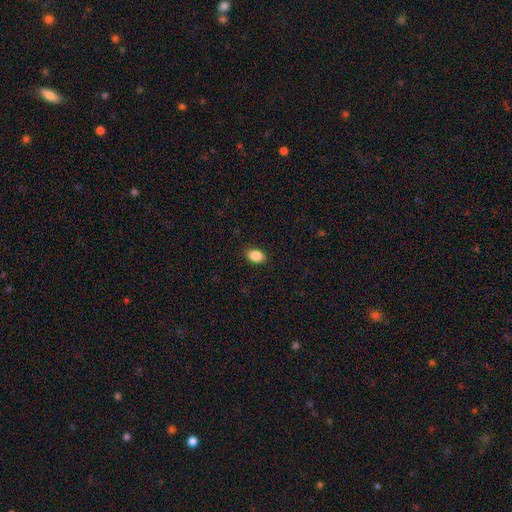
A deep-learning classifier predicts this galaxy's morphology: Overall: smooth (87%). How rounded: in between (86%). Merging: none (89%).